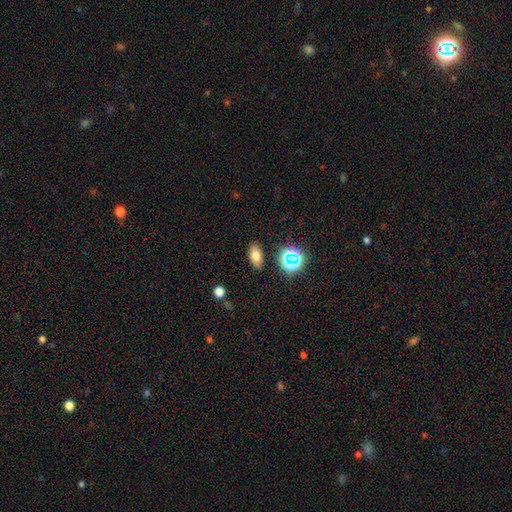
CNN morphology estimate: Smooth or featured? smooth (72%)
How rounded? in between (84%)
Merging? none (87%)